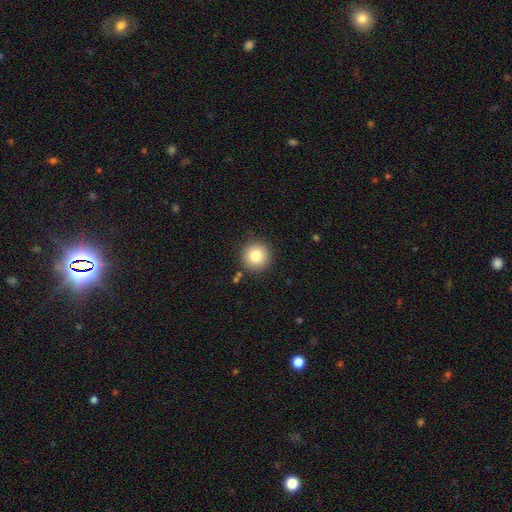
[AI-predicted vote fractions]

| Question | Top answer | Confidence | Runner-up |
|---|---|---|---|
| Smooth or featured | smooth | 83% | star or artifact (10%) |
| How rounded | round | 95% | in between (4%) |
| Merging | none | 89% | minor disturbance (7%) |